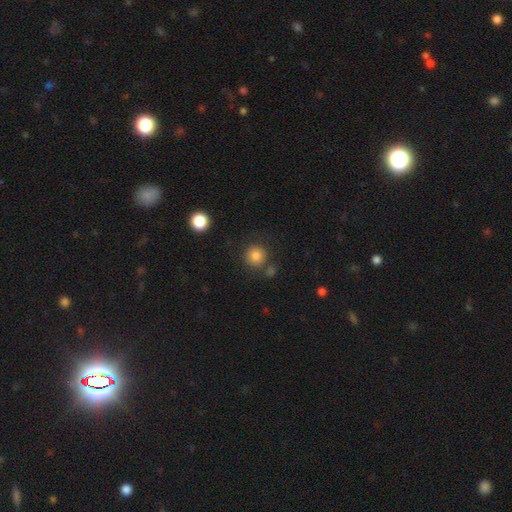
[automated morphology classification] A smooth galaxy with no disk features (83%) that is round (93%).

Vote fractions:
- Smooth or featured? smooth: 83% / star or artifact: 11% / featured or disk: 6%
- How rounded? round: 93% / in between: 6% / cigar-shaped: 1%
- Merging? none: 79% / minor disturbance: 9% / merger: 8% / major disturbance: 4%